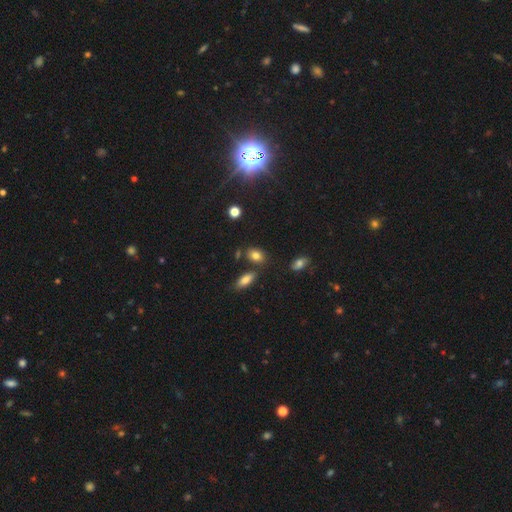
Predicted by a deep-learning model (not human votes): Morphology: type=smooth (80%); roundness=in between (77%); merging=none (74%).